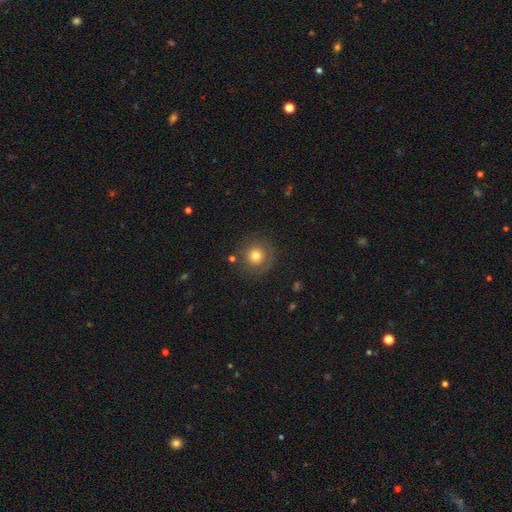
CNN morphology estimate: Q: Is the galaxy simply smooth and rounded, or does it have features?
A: smooth — 69%.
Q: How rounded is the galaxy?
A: round — 94%.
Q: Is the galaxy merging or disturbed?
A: none — 81%.